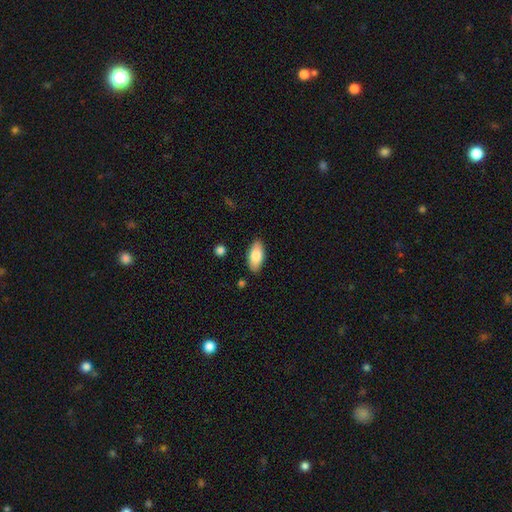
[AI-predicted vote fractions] Overall: smooth (82%). How rounded: in between (90%). Merging: none (86%).